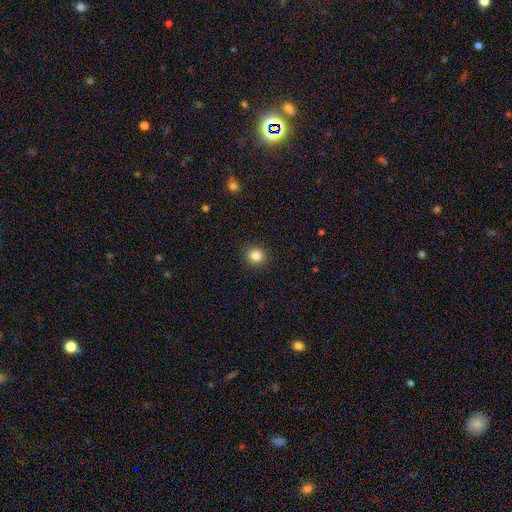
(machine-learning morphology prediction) Q: Smooth or featured?
A: smooth (84%); runner-up: star or artifact (11%)
Q: How rounded?
A: round (88%); runner-up: in between (11%)
Q: Merging?
A: none (92%); runner-up: minor disturbance (5%)